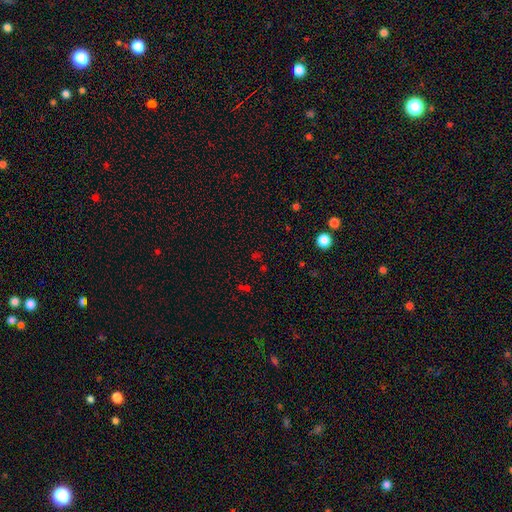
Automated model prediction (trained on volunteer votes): A star or artifact, not a galaxy (54%).